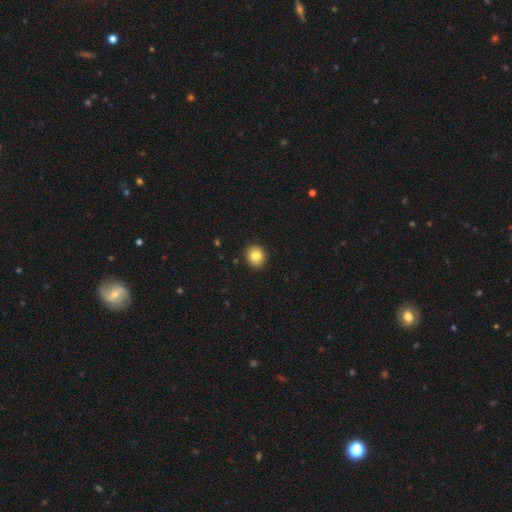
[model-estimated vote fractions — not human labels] smooth 83%, star or artifact 9%, featured or disk 8%. Down the decision tree: how rounded — round (80%); merging — none (91%).